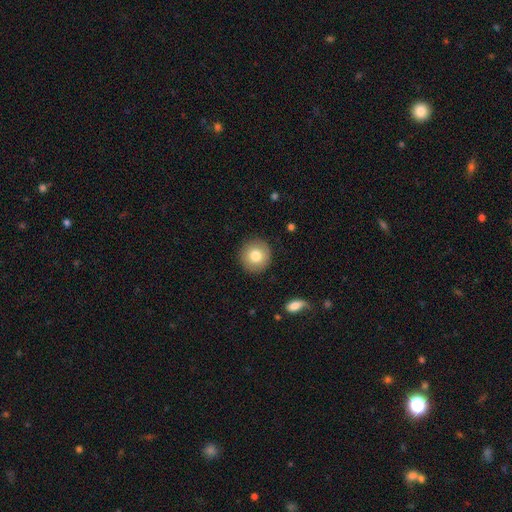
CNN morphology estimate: A smooth galaxy with no disk features (80%) that is round (94%).

Vote fractions:
- Smooth or featured? smooth: 80% / featured or disk: 12% / star or artifact: 9%
- How rounded? round: 94% / in between: 5% / cigar-shaped: 1%
- Merging? none: 91% / minor disturbance: 6% / major disturbance: 2% / merger: 1%